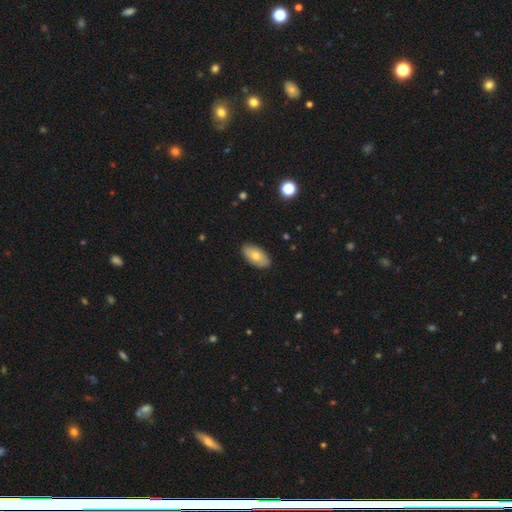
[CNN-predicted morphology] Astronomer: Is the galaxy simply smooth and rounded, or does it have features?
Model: smooth — 72%.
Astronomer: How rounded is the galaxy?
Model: in between — 93%.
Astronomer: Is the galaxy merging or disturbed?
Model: none — 87%.